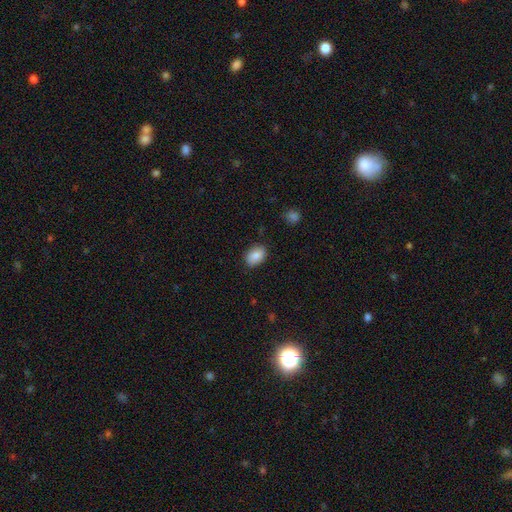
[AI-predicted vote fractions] smooth 85%, featured or disk 8%, star or artifact 7%. Down the decision tree: how rounded — in between (84%); merging — none (85%).